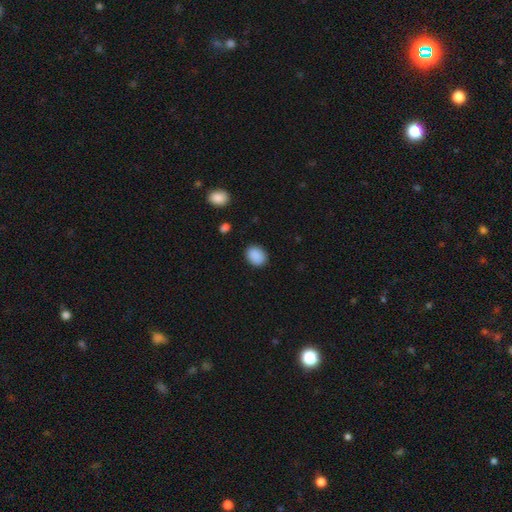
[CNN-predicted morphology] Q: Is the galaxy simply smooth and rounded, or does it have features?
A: smooth — 90%.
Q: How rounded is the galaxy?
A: in between — 51%.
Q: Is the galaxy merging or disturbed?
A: none — 88%.